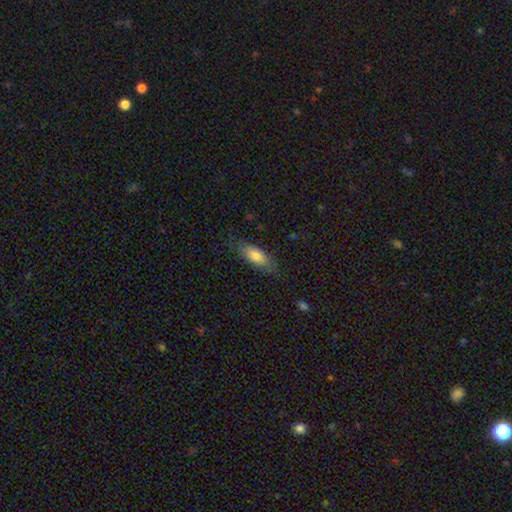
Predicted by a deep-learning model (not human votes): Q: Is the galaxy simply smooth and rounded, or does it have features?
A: smooth — 76%.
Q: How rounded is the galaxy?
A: in between — 80%.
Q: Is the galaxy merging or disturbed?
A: none — 78%.